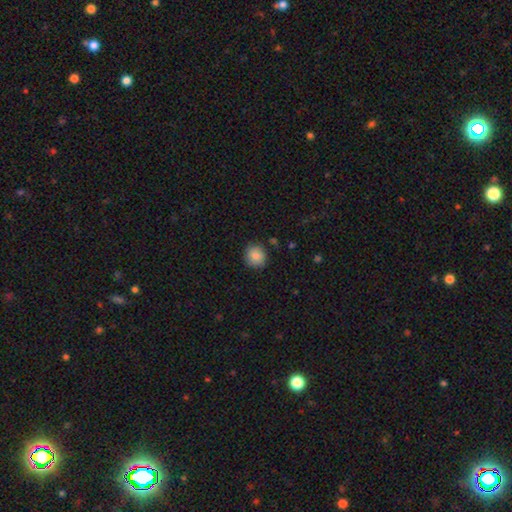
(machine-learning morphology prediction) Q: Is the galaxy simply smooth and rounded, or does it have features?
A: smooth — 85%.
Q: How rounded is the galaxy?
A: round — 89%.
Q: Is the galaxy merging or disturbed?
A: none — 86%.